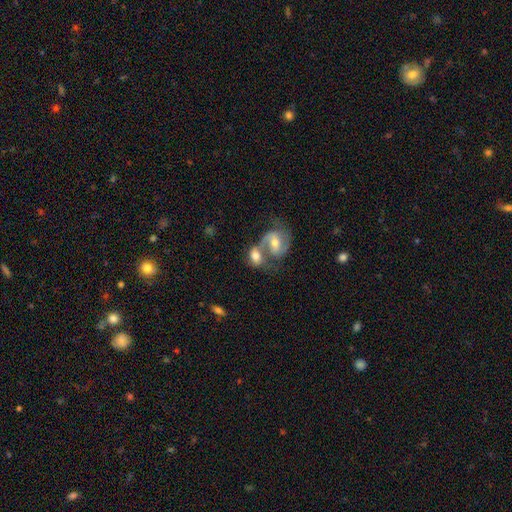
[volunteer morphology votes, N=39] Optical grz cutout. It shows a featured or disk galaxy (64%) with a weak bar (44%), 2 (77%) medium (45%) spiral arms (88%) and a moderate central bulge (60%). Merging: merger (49%).